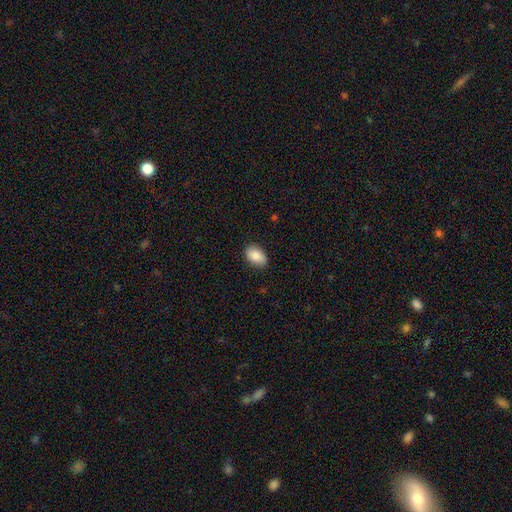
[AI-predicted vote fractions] smooth_or_featured: smooth (p=0.87) [alt: star or artifact p=0.07]
how_rounded: in between (p=0.89) [alt: round p=0.10]
merging: none (p=0.85) [alt: minor disturbance p=0.11]